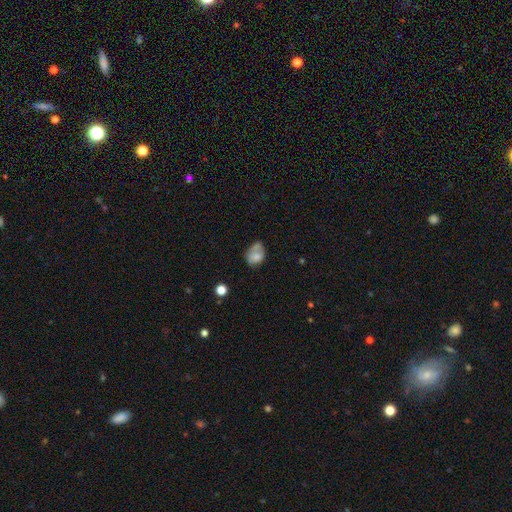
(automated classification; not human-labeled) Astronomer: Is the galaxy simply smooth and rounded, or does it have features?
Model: smooth — 71%.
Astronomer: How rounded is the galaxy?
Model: in between — 72%.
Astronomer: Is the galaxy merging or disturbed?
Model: none — 36% (runner-up: minor disturbance, 32%).